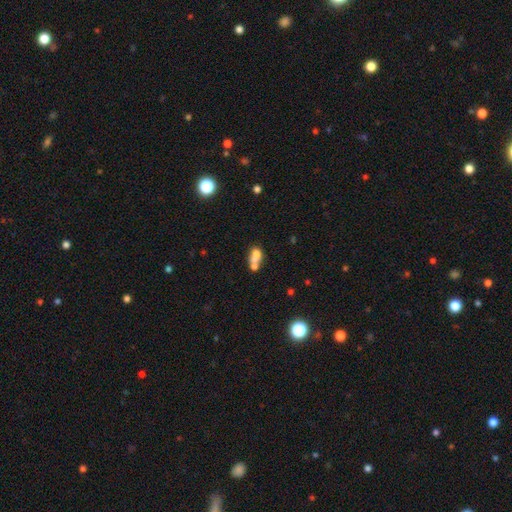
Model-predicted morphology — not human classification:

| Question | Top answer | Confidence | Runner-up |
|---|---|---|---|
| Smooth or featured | smooth | 64% | featured or disk (24%) |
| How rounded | in between | 62% | round (34%) |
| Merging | merger | 57% | none (26%) |